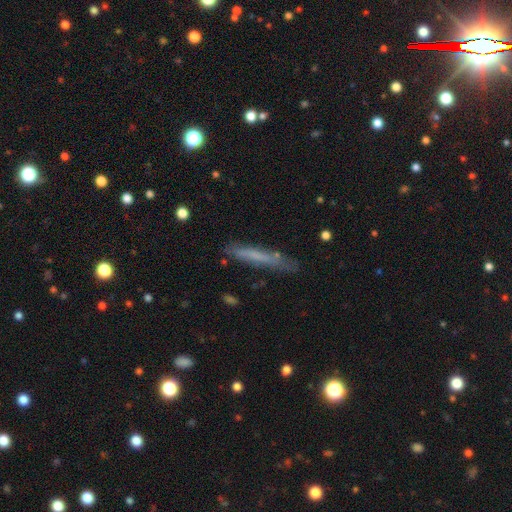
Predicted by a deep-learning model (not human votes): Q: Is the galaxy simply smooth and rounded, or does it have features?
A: smooth — 58%.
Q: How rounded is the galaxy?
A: cigar-shaped — 93%.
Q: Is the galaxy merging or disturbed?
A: none — 70%.